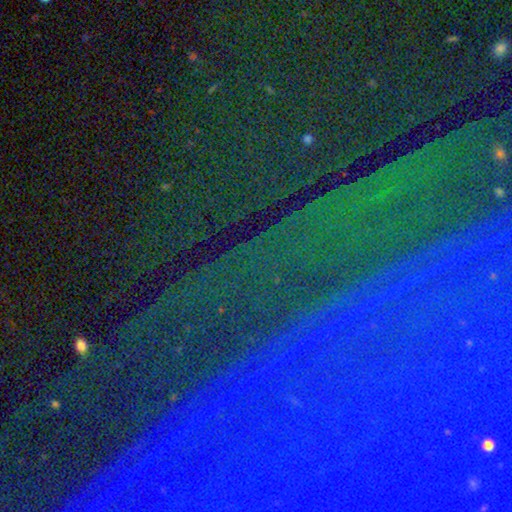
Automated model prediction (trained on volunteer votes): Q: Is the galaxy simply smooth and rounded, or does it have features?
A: star or artifact — 88%.